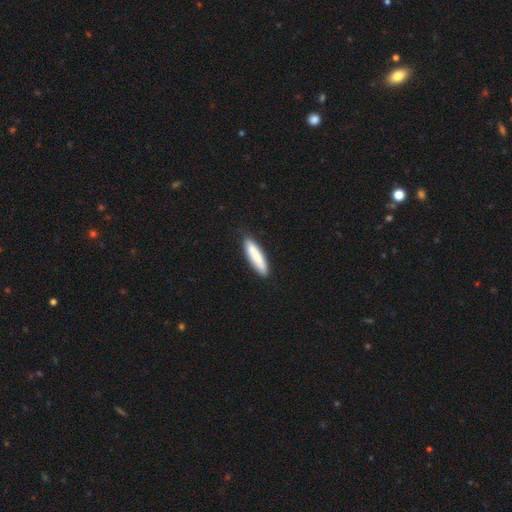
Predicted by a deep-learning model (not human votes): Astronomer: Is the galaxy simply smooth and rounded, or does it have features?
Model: smooth — 83%.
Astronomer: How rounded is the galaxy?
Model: cigar-shaped — 77%.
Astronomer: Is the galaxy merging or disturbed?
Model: none — 84%.